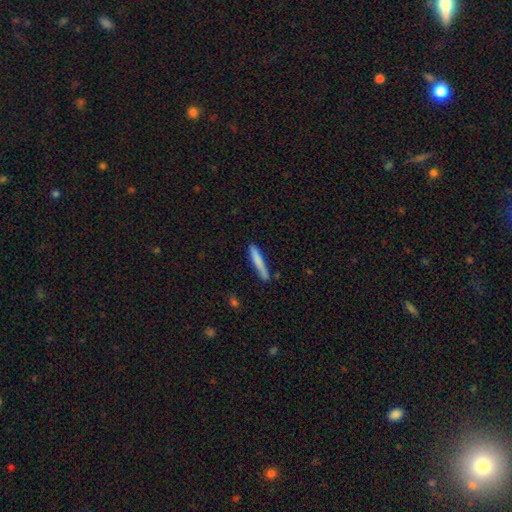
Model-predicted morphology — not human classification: Smooth or featured? smooth (78%)
How rounded? cigar-shaped (94%)
Merging? none (82%)